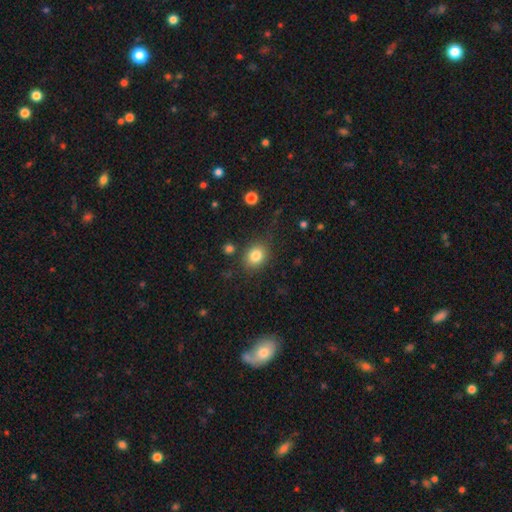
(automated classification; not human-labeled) Overall: smooth (82%). How rounded: round (59%; in between 40%). Merging: none (79%).